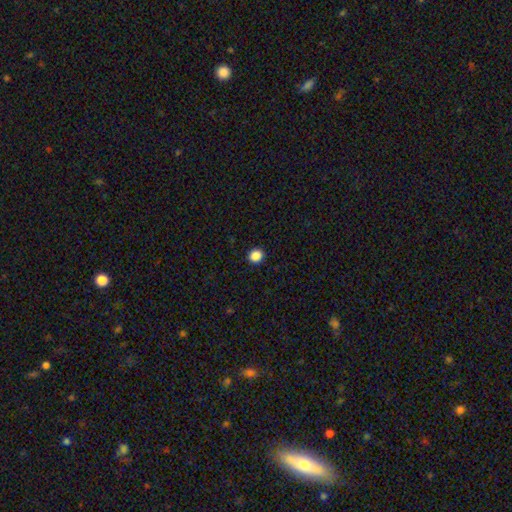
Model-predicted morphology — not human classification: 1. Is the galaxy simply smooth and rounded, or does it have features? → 87% smooth, 10% star or artifact, 2% featured or disk.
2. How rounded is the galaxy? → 83% round, 16% in between, 1% cigar-shaped.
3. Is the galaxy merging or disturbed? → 92% none, 5% minor disturbance, 2% major disturbance, 1% merger.